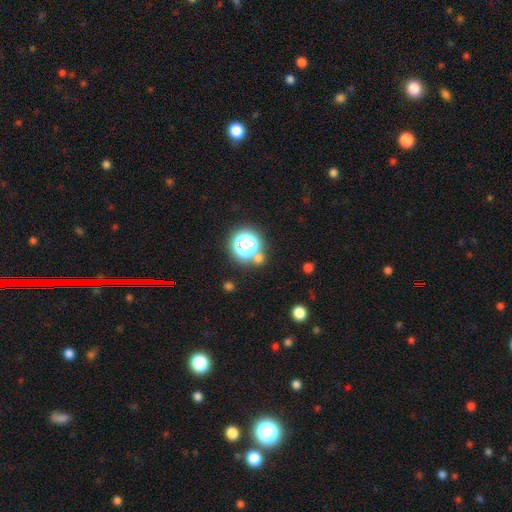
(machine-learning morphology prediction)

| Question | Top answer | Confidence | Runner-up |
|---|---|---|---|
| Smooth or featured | star or artifact | 63% | smooth (28%) |